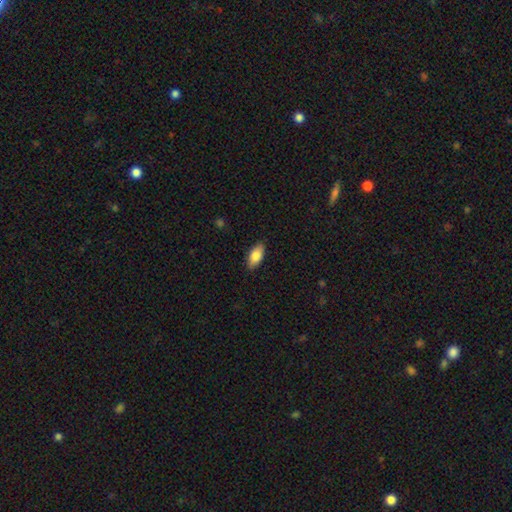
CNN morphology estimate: A smooth galaxy with no disk features (81%) that is in between round and cigar-shaped (88%).

Vote fractions:
- Smooth or featured? smooth: 81% / featured or disk: 13% / star or artifact: 6%
- How rounded? in between: 88% / cigar-shaped: 9% / round: 3%
- Merging? none: 88% / minor disturbance: 9% / major disturbance: 2% / merger: 1%